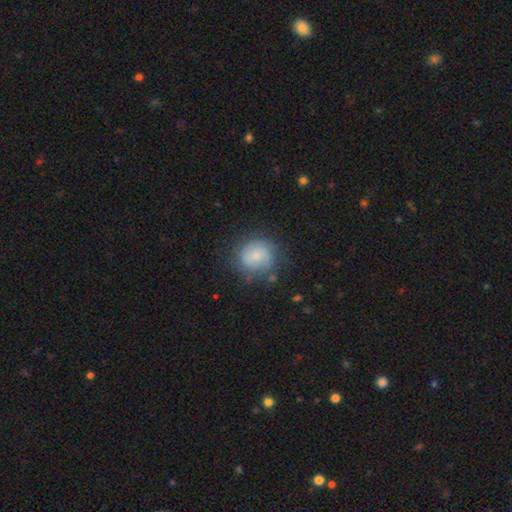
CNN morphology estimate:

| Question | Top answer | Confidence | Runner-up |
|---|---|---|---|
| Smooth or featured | smooth | 69% | featured or disk (23%) |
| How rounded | round | 85% | in between (14%) |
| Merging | none | 67% | minor disturbance (21%) |